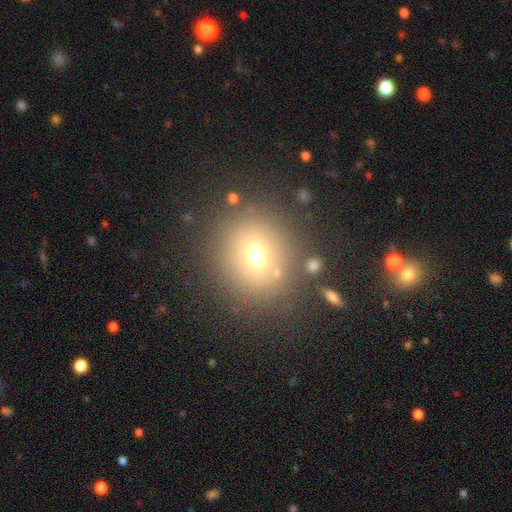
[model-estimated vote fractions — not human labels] Morphology: type=smooth (68%); roundness=round (82%); merging=none (79%).